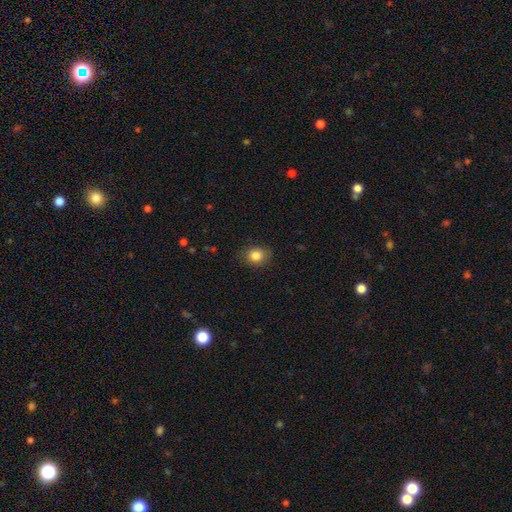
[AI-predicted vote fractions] This appears to be a smooth galaxy with no disk features (84%) that is round (56%). Merging: none (82%).